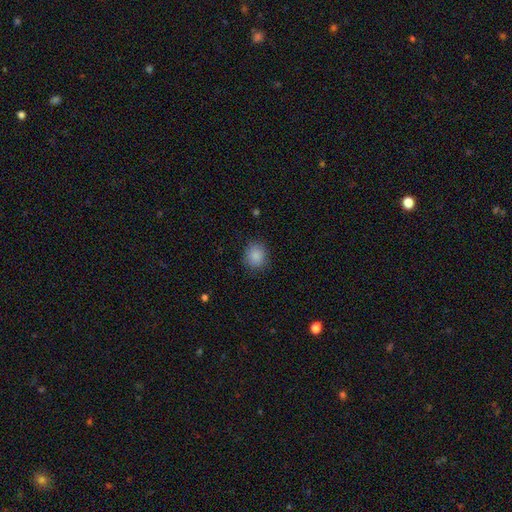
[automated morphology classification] Smooth or featured?
  - smooth: 87% *
  - star or artifact: 9%
  - featured or disk: 4%
How rounded?
  - round: 78% *
  - in between: 21%
  - cigar-shaped: 1%
Merging?
  - none: 86% *
  - minor disturbance: 10%
  - major disturbance: 3%
  - merger: 1%